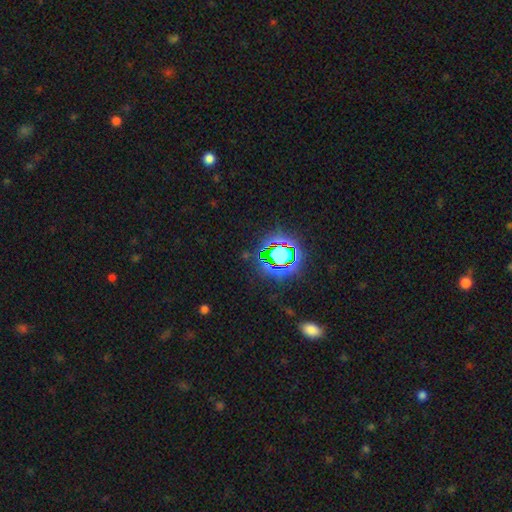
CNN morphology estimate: Smooth or featured? Predicted: star or artifact (p=0.79).